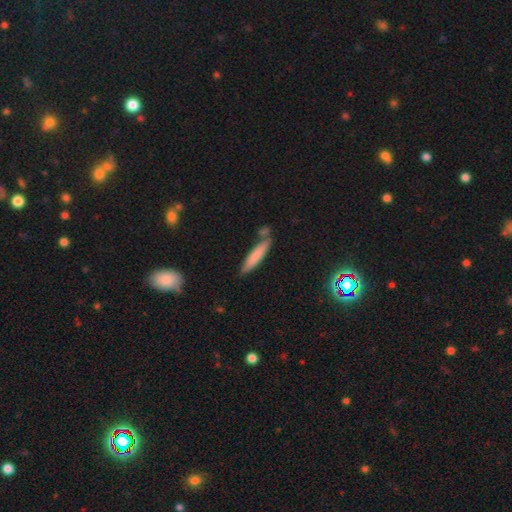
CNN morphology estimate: Overall: smooth (76%). How rounded: cigar-shaped (88%). Merging: none (73%).